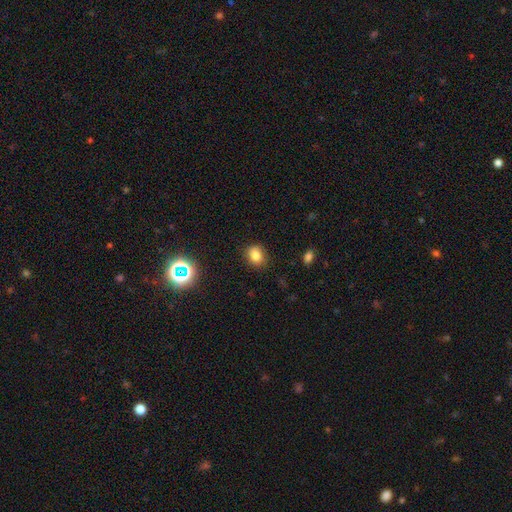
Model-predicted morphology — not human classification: Overall: smooth (79%). How rounded: round (61%; in between 38%). Merging: none (84%).